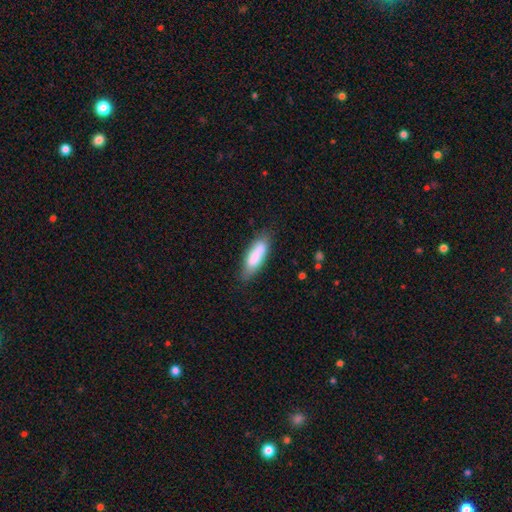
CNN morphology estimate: Smooth or featured? smooth (80%)
How rounded? in between (59%)
Merging? none (69%)